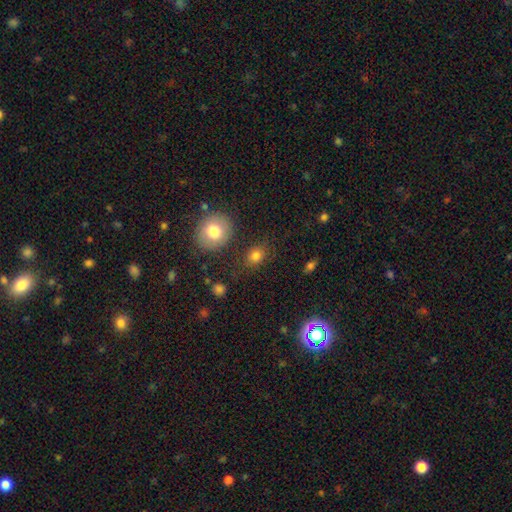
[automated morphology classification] This appears to be a smooth galaxy with no disk features (80%) that is round (50%). Merging: none (75%).